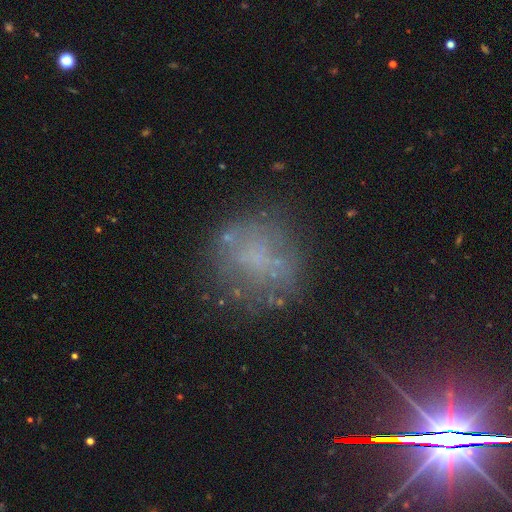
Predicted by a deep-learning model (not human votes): This is marginally a smooth galaxy (37%, tied with featured or disk). Merging: likely none (68%).